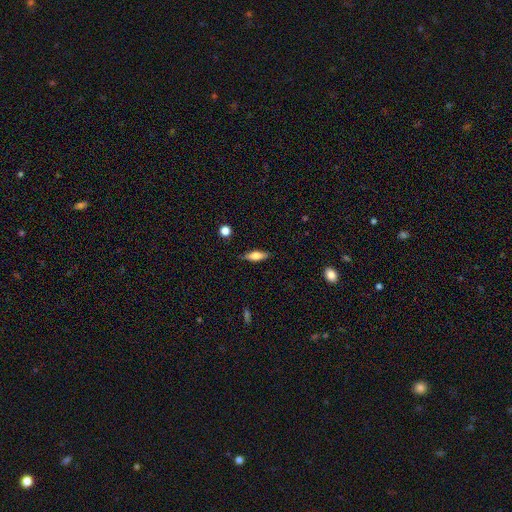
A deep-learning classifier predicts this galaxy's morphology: This is possibly a smooth galaxy (53%). How rounded: possibly in between (52%). Merging: clearly none (86%).